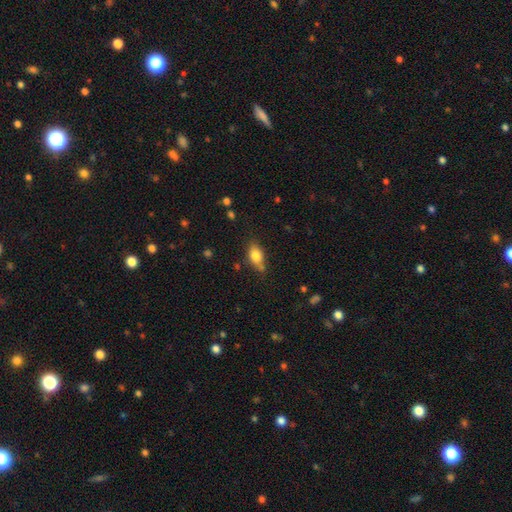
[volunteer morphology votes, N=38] Overall: smooth (68%). How rounded: in between (69%). Merging: none (60%; minor disturbance 26%).